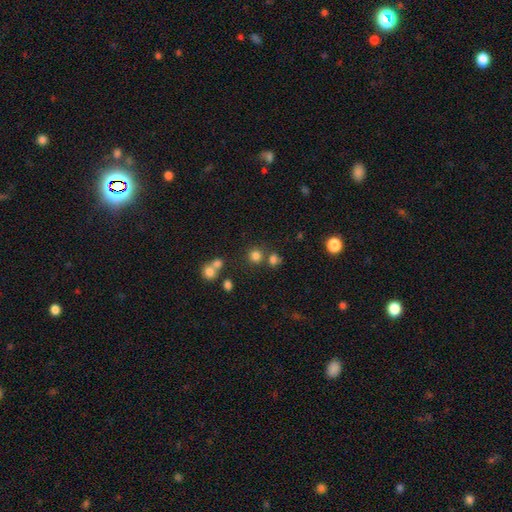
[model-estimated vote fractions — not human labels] Smooth or featured?
  - smooth: 76% *
  - star or artifact: 17%
  - featured or disk: 6%
How rounded?
  - round: 89% *
  - in between: 10%
  - cigar-shaped: 1%
Merging?
  - none: 71% *
  - merger: 17%
  - minor disturbance: 8%
  - major disturbance: 4%